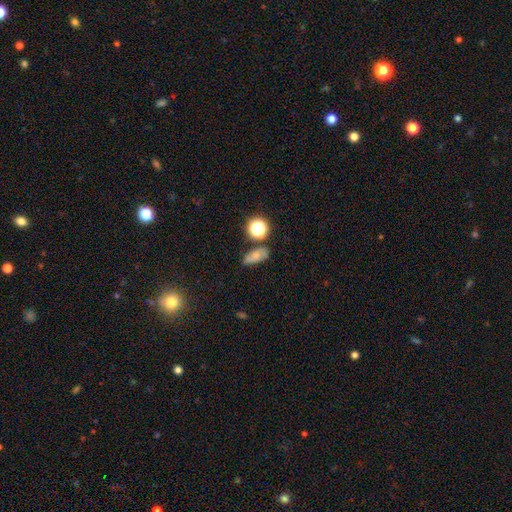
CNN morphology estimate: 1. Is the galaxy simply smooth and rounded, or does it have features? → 66% smooth, 18% star or artifact, 17% featured or disk.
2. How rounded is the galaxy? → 74% in between, 17% round, 9% cigar-shaped.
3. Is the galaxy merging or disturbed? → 65% none, 21% minor disturbance, 9% merger, 6% major disturbance.